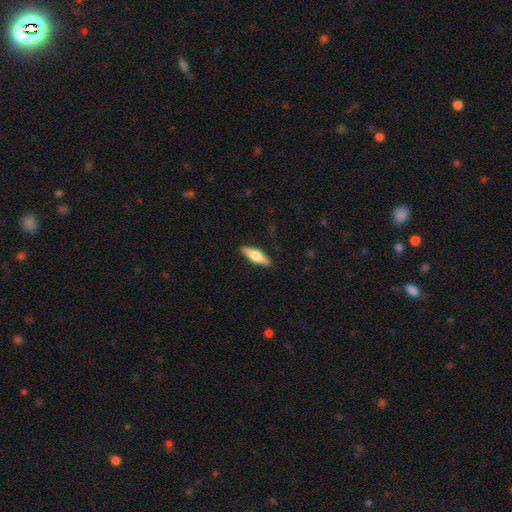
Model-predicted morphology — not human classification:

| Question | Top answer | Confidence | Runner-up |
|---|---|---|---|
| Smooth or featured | smooth | 47% | tied: featured or disk (47%) |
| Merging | none | 90% | minor disturbance (8%) |